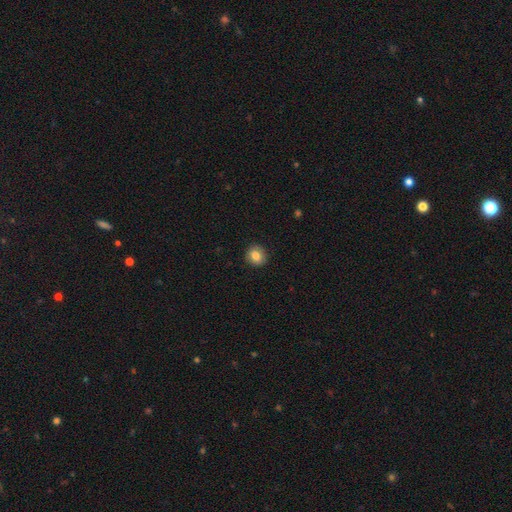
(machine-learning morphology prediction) Smooth or featured?
  - smooth: 83% *
  - star or artifact: 9%
  - featured or disk: 8%
How rounded?
  - round: 84% *
  - in between: 15%
  - cigar-shaped: 1%
Merging?
  - none: 90% *
  - minor disturbance: 7%
  - major disturbance: 2%
  - merger: 1%